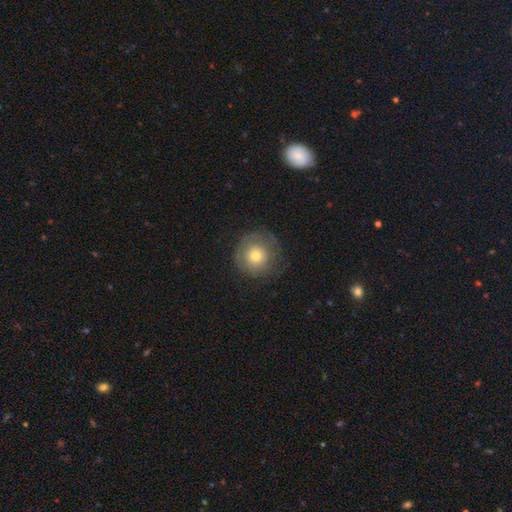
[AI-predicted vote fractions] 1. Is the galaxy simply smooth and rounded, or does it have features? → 59% smooth, 31% featured or disk, 9% star or artifact.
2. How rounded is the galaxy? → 93% round, 6% in between, 1% cigar-shaped.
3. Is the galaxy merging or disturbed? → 73% none, 16% minor disturbance, 9% major disturbance, 1% merger.